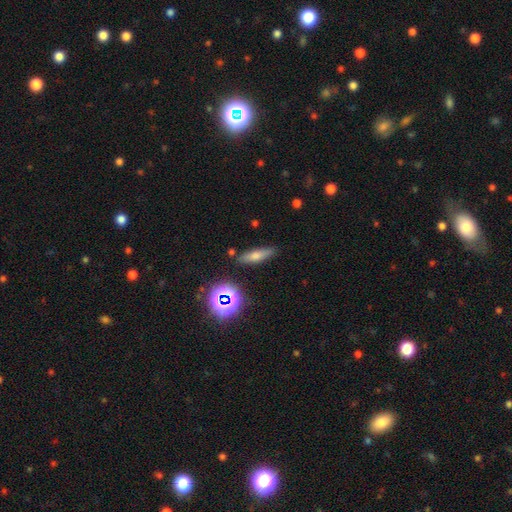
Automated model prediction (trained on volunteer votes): Q: Smooth or featured?
A: smooth (54%); runner-up: featured or disk (27%)
Q: How rounded?
A: cigar-shaped (64%); runner-up: in between (29%)
Q: Merging?
A: none (83%); runner-up: minor disturbance (11%)